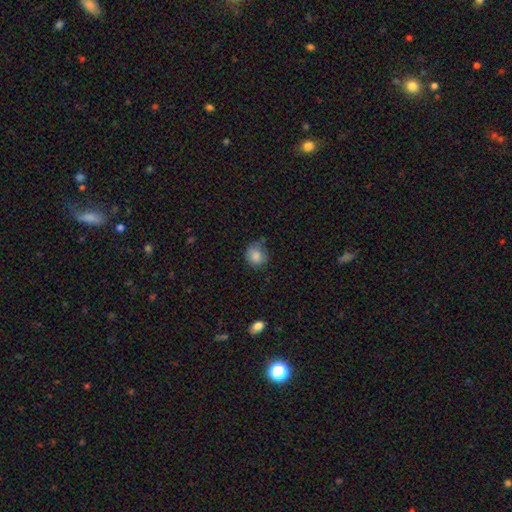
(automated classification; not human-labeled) Smooth or featured?
  - smooth: 84% *
  - star or artifact: 9%
  - featured or disk: 6%
How rounded?
  - round: 81% *
  - in between: 18%
  - cigar-shaped: 1%
Merging?
  - none: 64% *
  - minor disturbance: 27%
  - major disturbance: 6%
  - merger: 3%